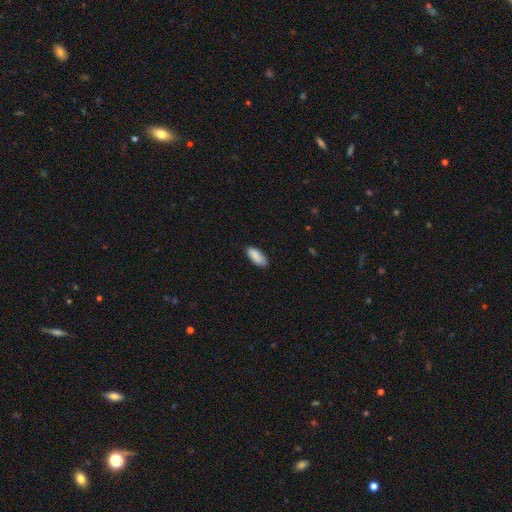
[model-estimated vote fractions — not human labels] This appears to be a smooth galaxy with no disk features (89%) that is in between round and cigar-shaped (82%). Merging: none (82%).